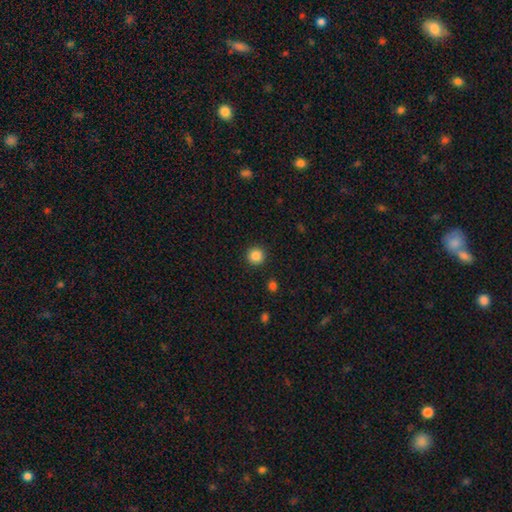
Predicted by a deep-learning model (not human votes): Overall: smooth (86%). How rounded: round (95%). Merging: none (92%).